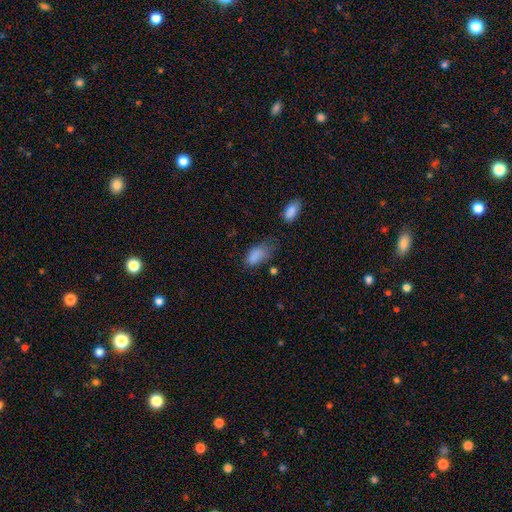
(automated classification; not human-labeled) The model was most divided on "merging": none: 37%, minor disturbance: 35%, major disturbance: 23%, merger: 6%. More confident: how rounded — in between (91%); smooth or featured — smooth (82%).